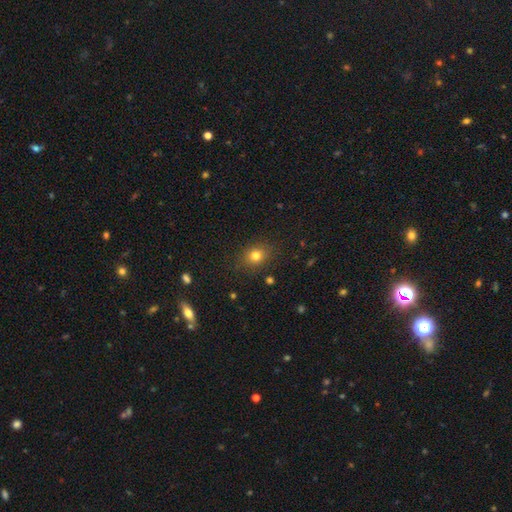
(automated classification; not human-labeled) The model was most divided on "how rounded": round: 62%, in between: 37%, cigar-shaped: 1%. More confident: merging — none (85%); smooth or featured — smooth (79%).